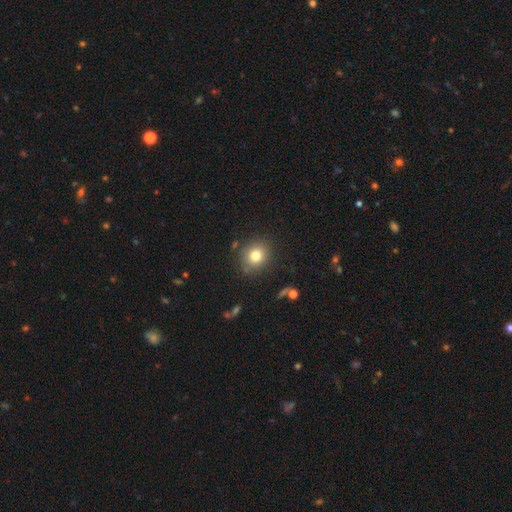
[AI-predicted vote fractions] Smooth or featured? Predicted: smooth (p=0.79). How rounded? Predicted: round (p=0.79). Merging? Predicted: none (p=0.85).